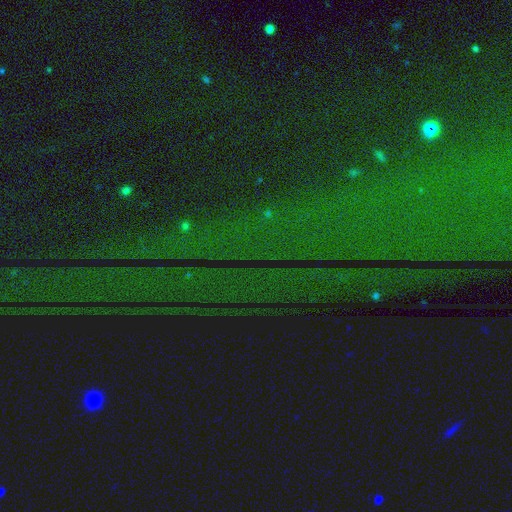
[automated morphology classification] Smooth or featured? star or artifact (84%)